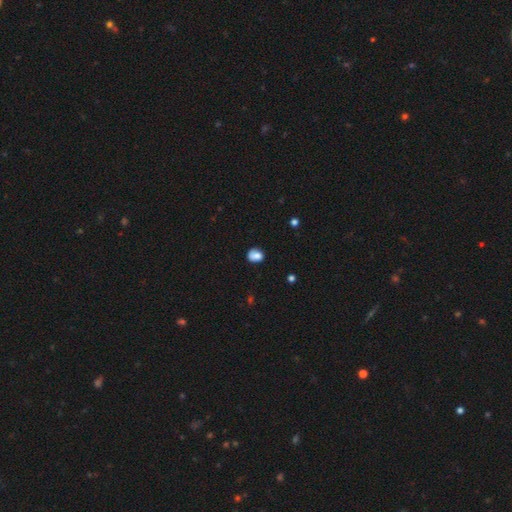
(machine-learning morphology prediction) A smooth galaxy with no disk features (77%) that is round (53%). Merging: none (60%).